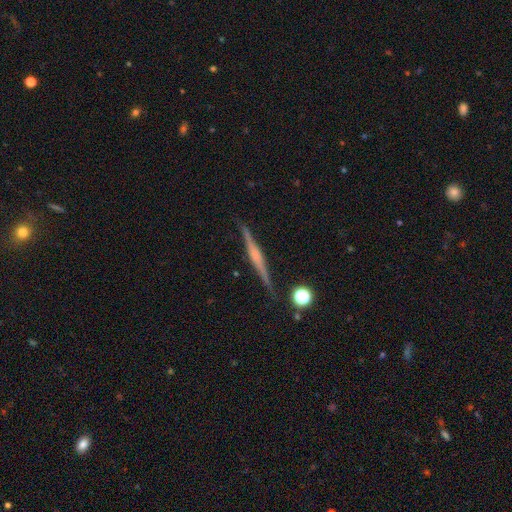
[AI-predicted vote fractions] Smooth or featured? Predicted: featured or disk (p=0.73). Edge-on disk? Predicted: yes (p=0.98). Edge-on bulge? Predicted: rounded (p=0.47). Merging? Predicted: none (p=0.89).